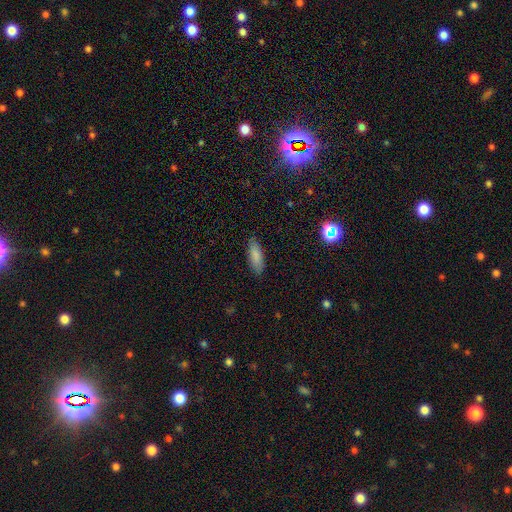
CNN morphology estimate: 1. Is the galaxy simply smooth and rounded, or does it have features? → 84% smooth, 8% featured or disk, 7% star or artifact.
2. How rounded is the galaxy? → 62% in between, 36% cigar-shaped, 2% round.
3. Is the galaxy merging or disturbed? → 85% none, 11% minor disturbance, 2% major disturbance, 1% merger.